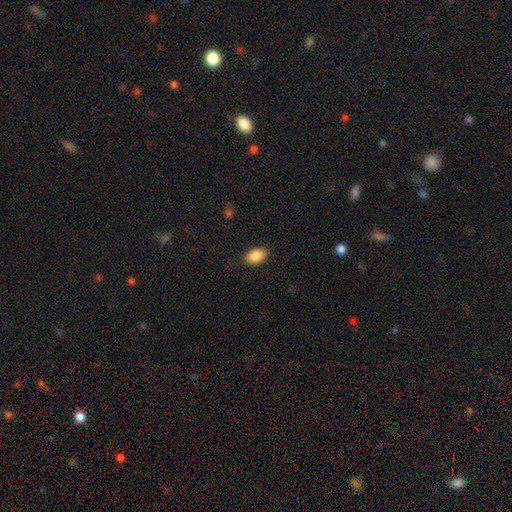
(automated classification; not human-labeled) Overall: smooth (88%). How rounded: in between (87%). Merging: none (85%).